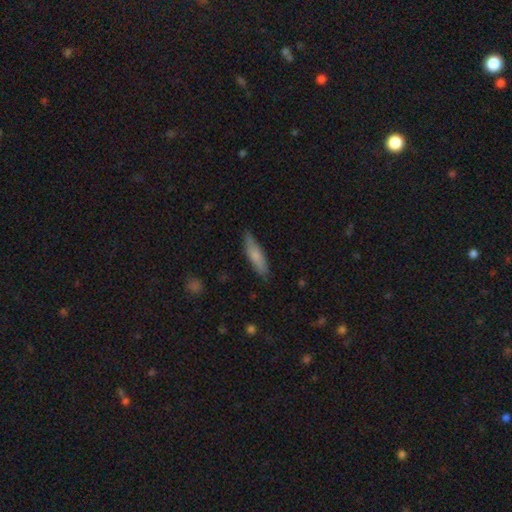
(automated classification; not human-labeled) The model was most divided on "how rounded": cigar-shaped: 73%, in between: 25%, round: 2%. More confident: merging — none (82%); smooth or featured — smooth (73%).